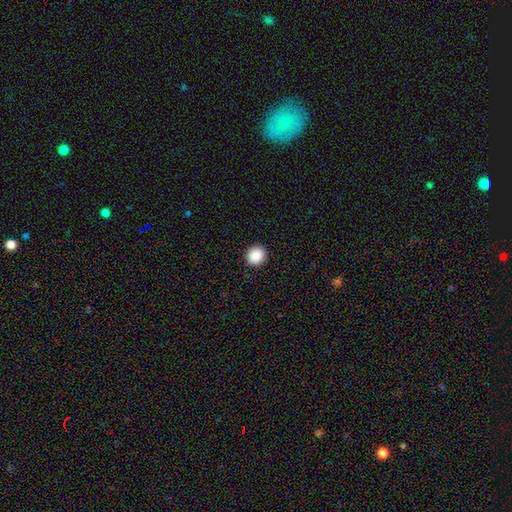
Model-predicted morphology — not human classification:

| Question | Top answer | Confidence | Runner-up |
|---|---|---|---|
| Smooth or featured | smooth | 88% | star or artifact (9%) |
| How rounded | round | 88% | in between (11%) |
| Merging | none | 93% | minor disturbance (5%) |